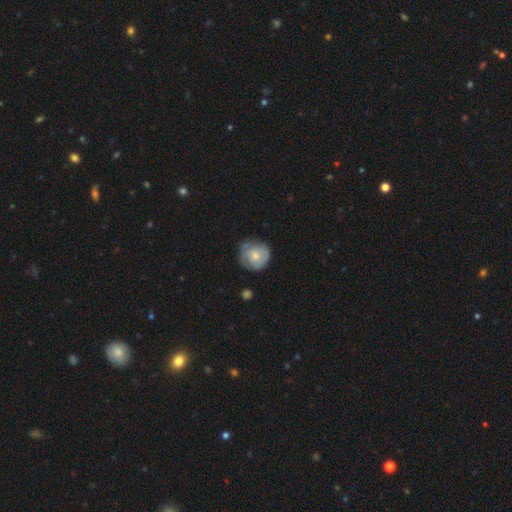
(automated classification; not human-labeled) Q: Smooth or featured?
A: smooth (55%); runner-up: featured or disk (39%)
Q: How rounded?
A: round (88%); runner-up: in between (11%)
Q: Merging?
A: none (64%); runner-up: minor disturbance (26%)